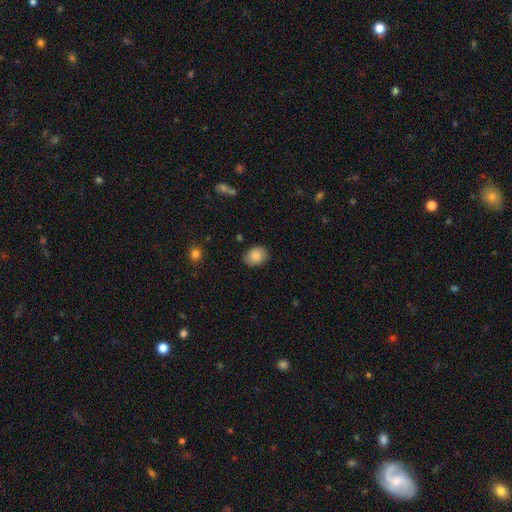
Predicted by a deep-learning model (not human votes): Smooth or featured? smooth (86%)
How rounded? in between (62%)
Merging? none (85%)